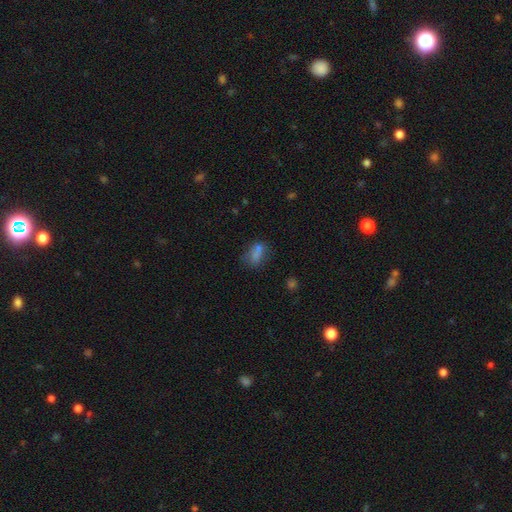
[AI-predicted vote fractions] smooth_or_featured: smooth (p=0.69) [alt: star or artifact p=0.19]
how_rounded: in between (p=0.71) [alt: round p=0.16]
merging: none (p=0.61) [alt: minor disturbance p=0.19]